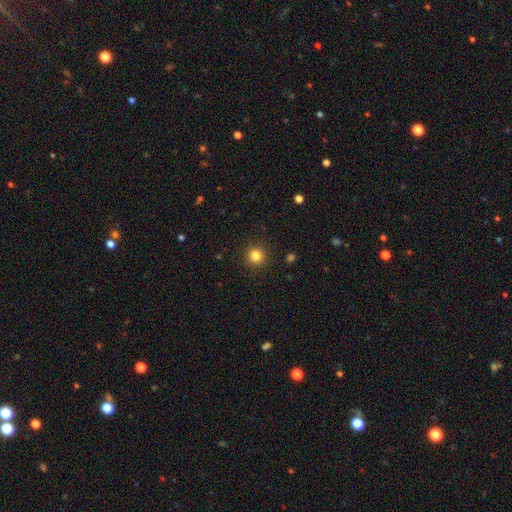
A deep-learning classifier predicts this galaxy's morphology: Smooth or featured? smooth (83%)
How rounded? round (94%)
Merging? none (91%)